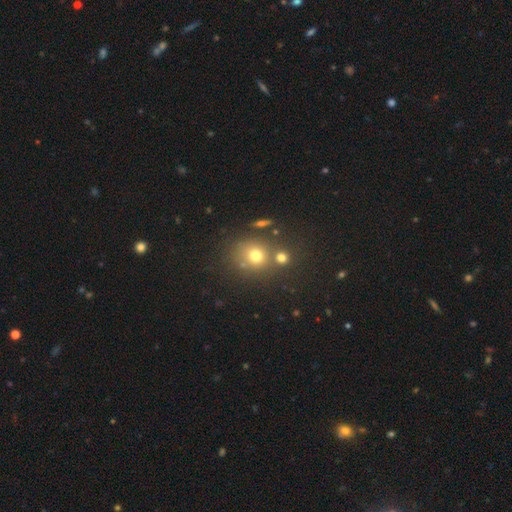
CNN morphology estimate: smooth 71%, star or artifact 17%, featured or disk 12%. Down the decision tree: how rounded — round (81%); merging — none (62%).